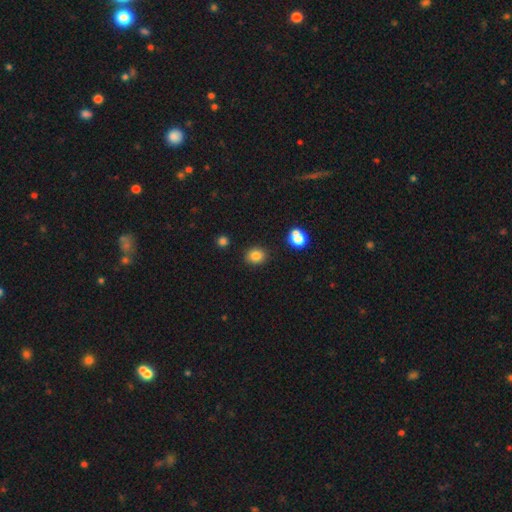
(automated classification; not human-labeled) Q: Smooth or featured?
A: smooth (83%); runner-up: star or artifact (12%)
Q: How rounded?
A: round (68%); runner-up: in between (31%)
Q: Merging?
A: none (87%); runner-up: minor disturbance (8%)